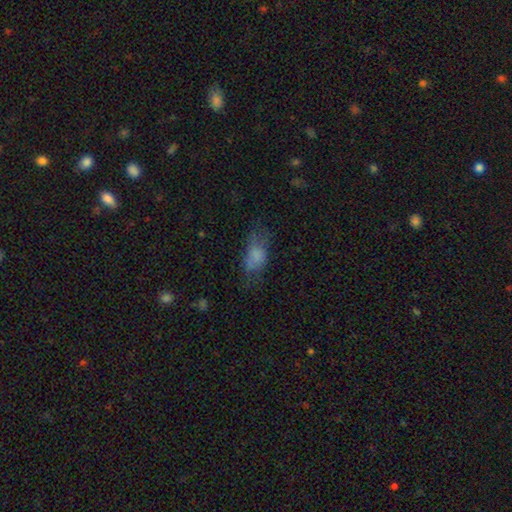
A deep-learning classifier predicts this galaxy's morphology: smooth 66%, featured or disk 22%, star or artifact 13%. Down the decision tree: how rounded — in between (81%); merging — none (43%).